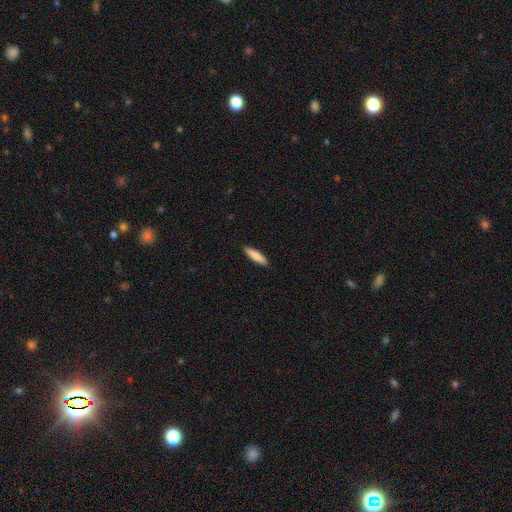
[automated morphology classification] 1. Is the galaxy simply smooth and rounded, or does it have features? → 85% smooth, 10% featured or disk, 6% star or artifact.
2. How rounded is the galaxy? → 75% cigar-shaped, 24% in between, 1% round.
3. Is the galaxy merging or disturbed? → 90% none, 8% minor disturbance, 2% major disturbance, 1% merger.